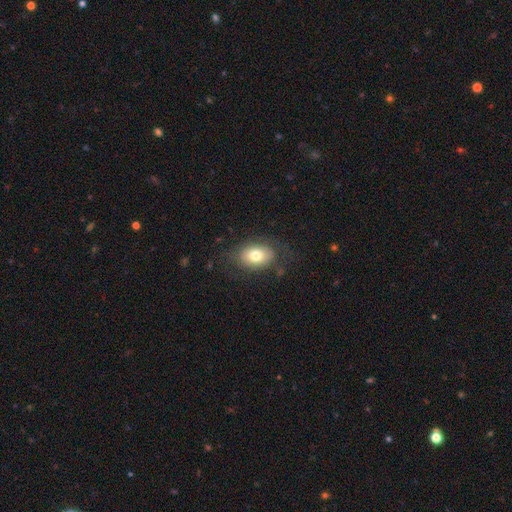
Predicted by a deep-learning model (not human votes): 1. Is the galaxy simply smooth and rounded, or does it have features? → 73% smooth, 18% featured or disk, 9% star or artifact.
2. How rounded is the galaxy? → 80% in between, 19% round, 1% cigar-shaped.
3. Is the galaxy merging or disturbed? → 73% none, 17% minor disturbance, 9% major disturbance, 1% merger.